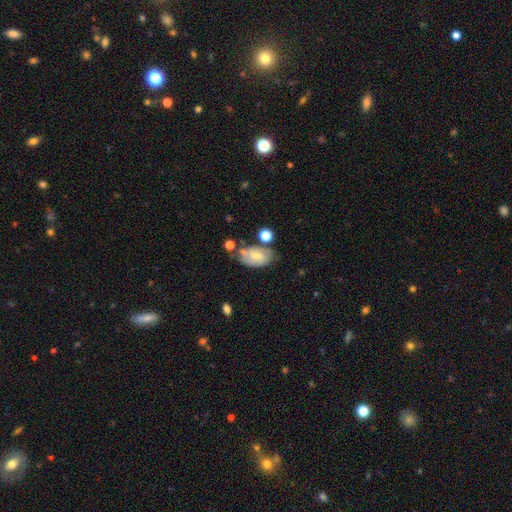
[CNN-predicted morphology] A smooth galaxy with no disk features (49%).

Vote fractions:
- Smooth or featured? smooth: 49% / featured or disk: 43% / star or artifact: 8%
- Merging? none: 50% / minor disturbance: 26% / merger: 14% / major disturbance: 10%